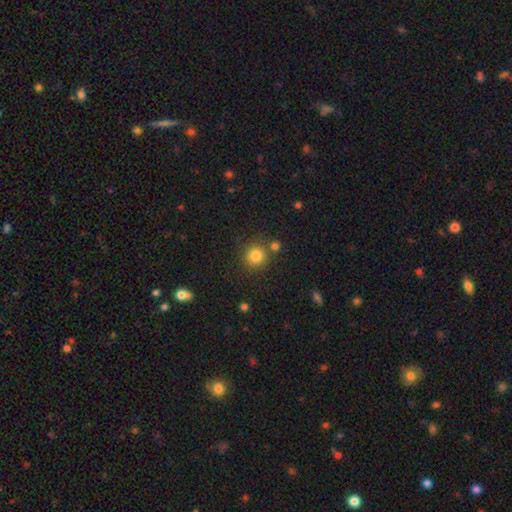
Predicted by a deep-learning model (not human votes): Smooth or featured? Predicted: smooth (p=0.83). How rounded? Predicted: round (p=0.92). Merging? Predicted: none (p=0.79).